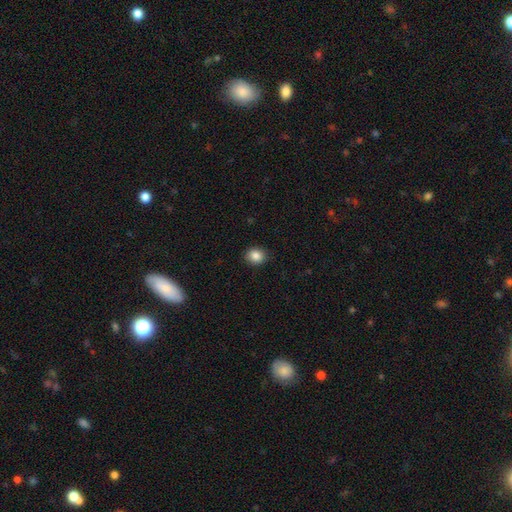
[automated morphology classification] smooth-or-featured: smooth: 86% | star or artifact: 10% | featured or disk: 5%
  how-rounded: round: 65% | in between: 34% | cigar-shaped: 1%
  merging: none: 90% | minor disturbance: 8% | major disturbance: 2% | merger: 1%